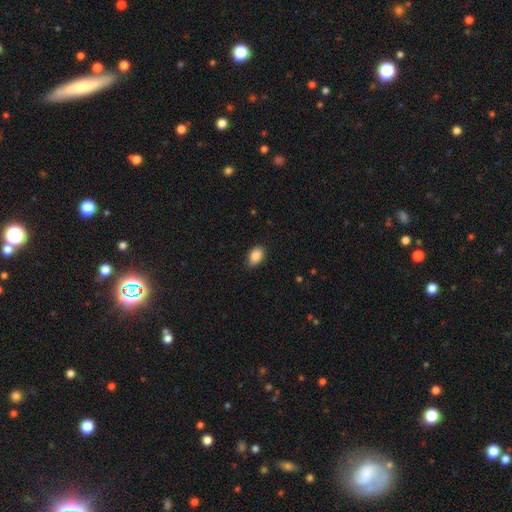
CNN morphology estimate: This appears to be a smooth galaxy with no disk features (88%) that is in between round and cigar-shaped (88%). Merging: none (84%).